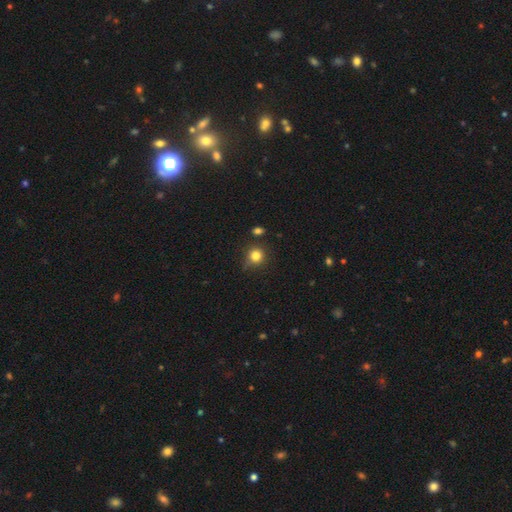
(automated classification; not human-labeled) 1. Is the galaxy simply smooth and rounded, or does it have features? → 82% smooth, 12% star or artifact, 6% featured or disk.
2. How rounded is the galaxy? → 90% round, 9% in between, 1% cigar-shaped.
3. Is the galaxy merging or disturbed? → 78% none, 14% minor disturbance, 5% merger, 3% major disturbance.